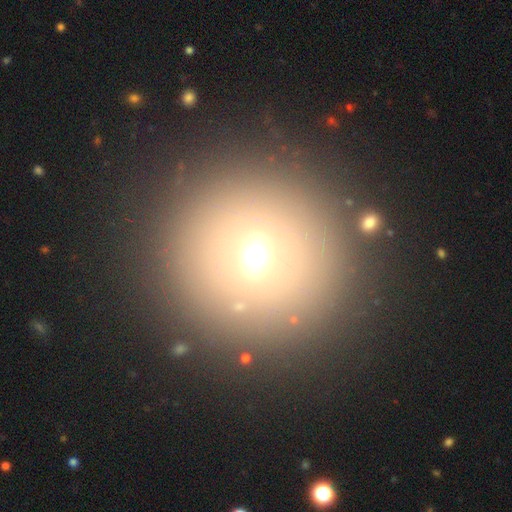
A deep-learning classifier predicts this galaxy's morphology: Smooth or featured? smooth (56%)
How rounded? round (93%)
Merging? none (87%)